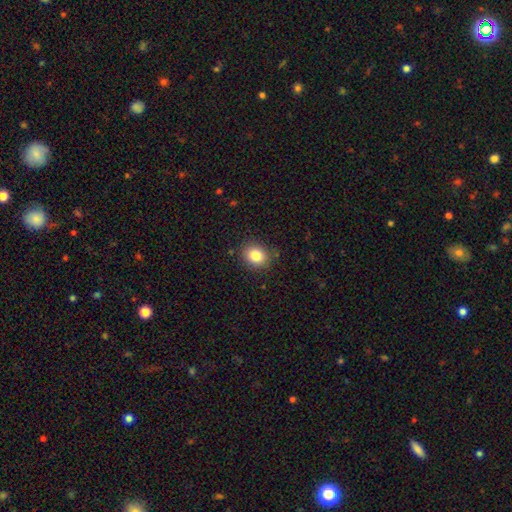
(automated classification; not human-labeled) Q: Smooth or featured?
A: smooth (83%); runner-up: star or artifact (10%)
Q: How rounded?
A: round (63%); runner-up: in between (36%)
Q: Merging?
A: none (86%); runner-up: minor disturbance (10%)